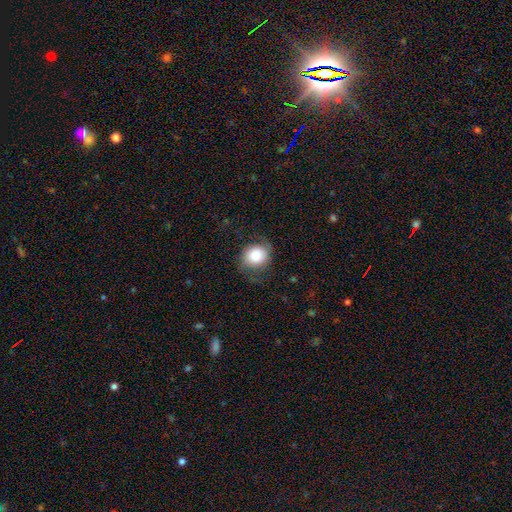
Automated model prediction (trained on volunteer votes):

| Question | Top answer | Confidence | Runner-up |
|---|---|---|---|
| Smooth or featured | smooth | 71% | featured or disk (20%) |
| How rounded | round | 68% | in between (31%) |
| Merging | none | 66% | minor disturbance (21%) |